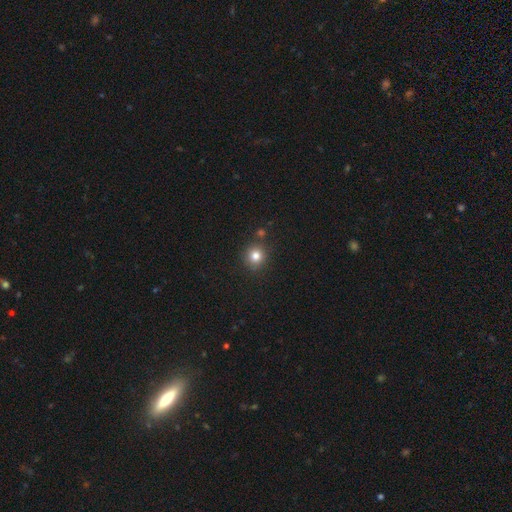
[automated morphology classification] A smooth galaxy with no disk features (80%) that is round (90%). Merging: none (83%).